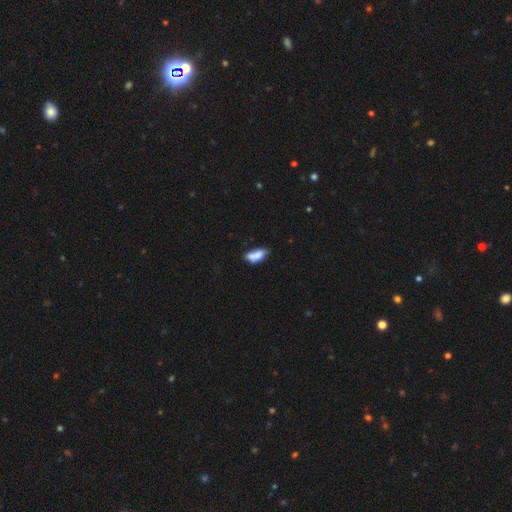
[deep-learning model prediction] Smooth or featured? smooth (74%)
How rounded? in between (80%)
Merging? none (38%)